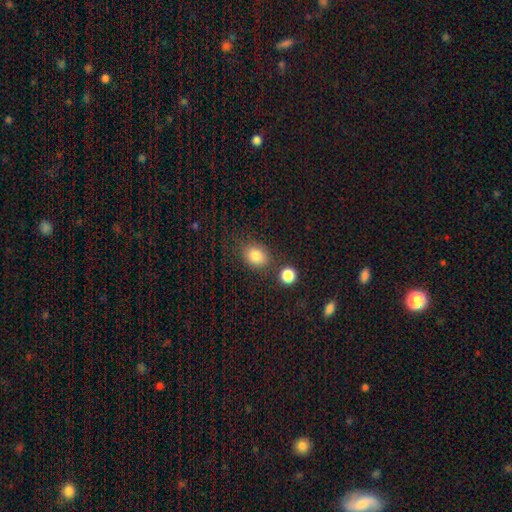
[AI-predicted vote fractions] smooth-or-featured: smooth: 83% | star or artifact: 11% | featured or disk: 6%
  how-rounded: in between: 50% | round: 49% | cigar-shaped: 1%
  merging: none: 73% | minor disturbance: 13% | merger: 9% | major disturbance: 5%